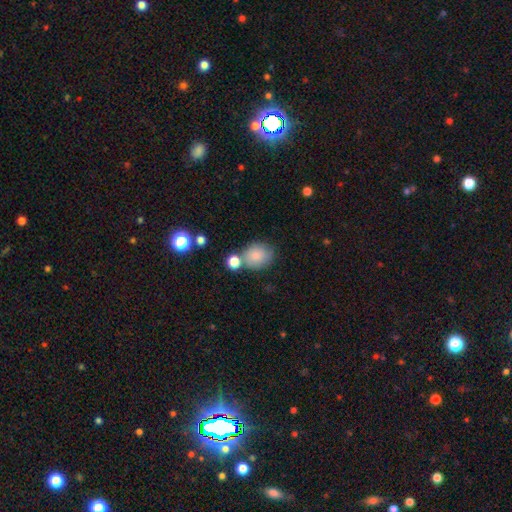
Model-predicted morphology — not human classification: type=smooth (82%); roundness=round (65%); merging=none (56%).